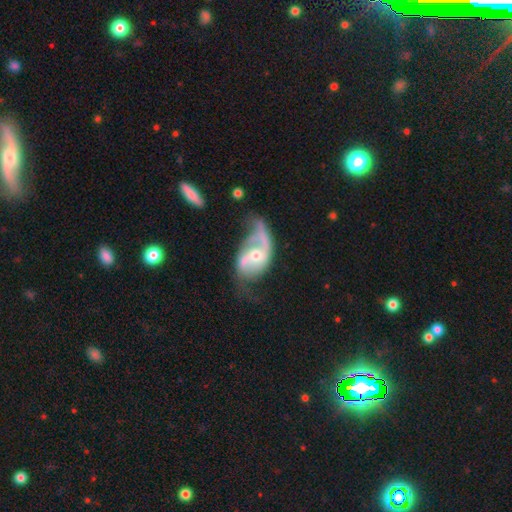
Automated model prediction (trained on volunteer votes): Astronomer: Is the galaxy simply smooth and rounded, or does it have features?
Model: featured or disk — 84%.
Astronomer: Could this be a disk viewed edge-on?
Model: no — 97%.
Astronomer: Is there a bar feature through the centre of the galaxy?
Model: no — 52% (runner-up: weak, 37%).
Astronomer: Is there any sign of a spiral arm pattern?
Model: yes — 92%.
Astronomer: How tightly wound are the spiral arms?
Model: loose — 51% (runner-up: medium, 36%).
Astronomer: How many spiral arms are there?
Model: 2 — 74%.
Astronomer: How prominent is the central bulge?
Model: moderate — 57% (runner-up: small, 37%).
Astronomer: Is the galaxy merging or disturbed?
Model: none — 37% (runner-up: major disturbance, 33%).